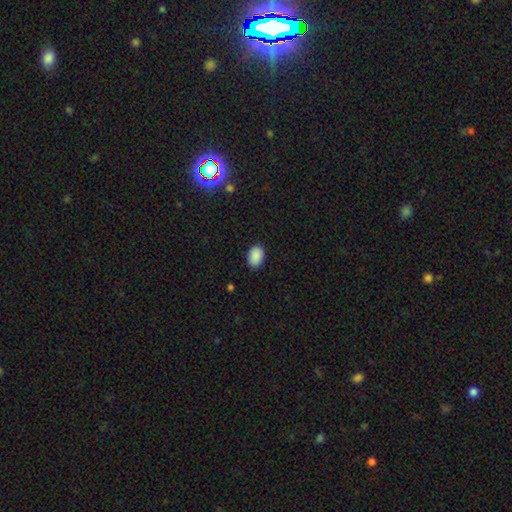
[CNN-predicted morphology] Smooth or featured: smooth — 90% (star or artifact — 8%)
How rounded: in between — 84% (round — 15%)
Merging: none — 87% (minor disturbance — 10%)